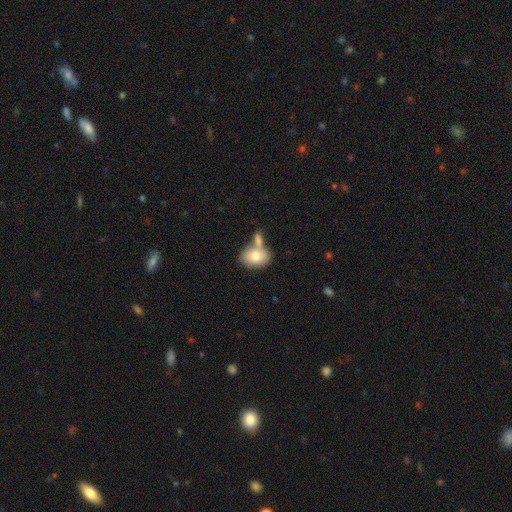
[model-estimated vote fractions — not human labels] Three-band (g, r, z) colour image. It shows a smooth galaxy with no disk features (75%) that is in between round and cigar-shaped (80%). Merging: merger (41%).